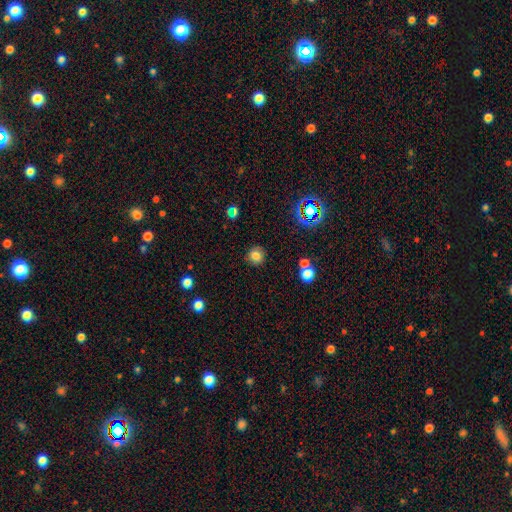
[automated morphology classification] smooth_or_featured: smooth (p=0.79) [alt: star or artifact p=0.14]
how_rounded: round (p=0.89) [alt: in between p=0.10]
merging: none (p=0.87) [alt: minor disturbance p=0.08]